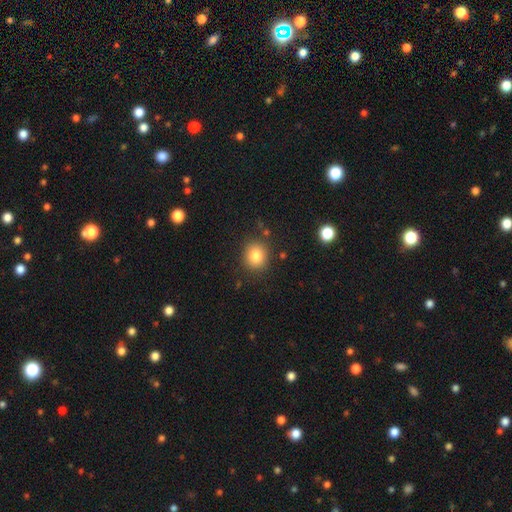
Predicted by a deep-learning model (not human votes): This is clearly a smooth galaxy (81%). How rounded: clearly round (82%). Merging: clearly none (86%).